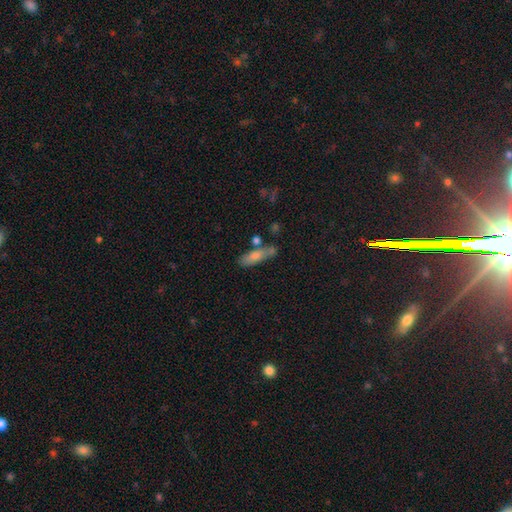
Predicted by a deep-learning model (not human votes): A smooth galaxy with no disk features (74%) that is cigar-shaped (56%). Merging: none (60%).